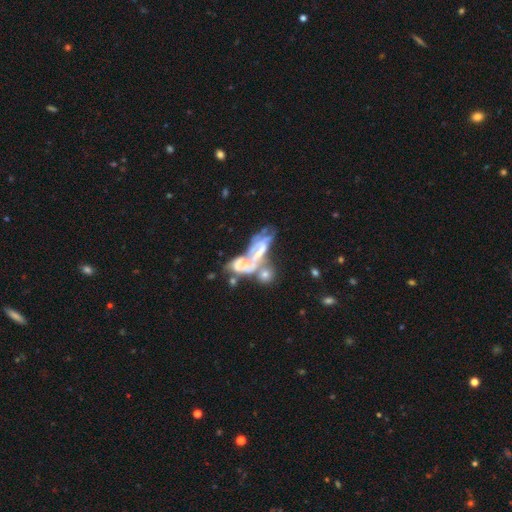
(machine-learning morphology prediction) type=featured or disk (64%); edge-on=no (89%); bar=no (65%); spiral arms=no (54%); bulge=small (35%); merging=merger (58%).